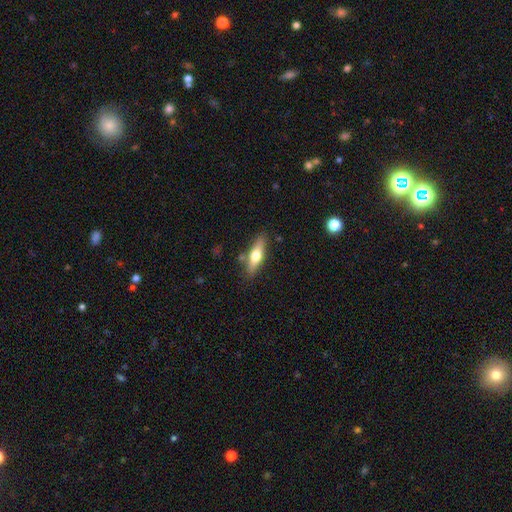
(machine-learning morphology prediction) A smooth galaxy with no disk features (52%) that is cigar-shaped (59%).

Vote fractions:
- Smooth or featured? smooth: 52% / featured or disk: 42% / star or artifact: 6%
- How rounded? cigar-shaped: 59% / in between: 38% / round: 3%
- Merging? none: 80% / minor disturbance: 12% / merger: 5% / major disturbance: 3%